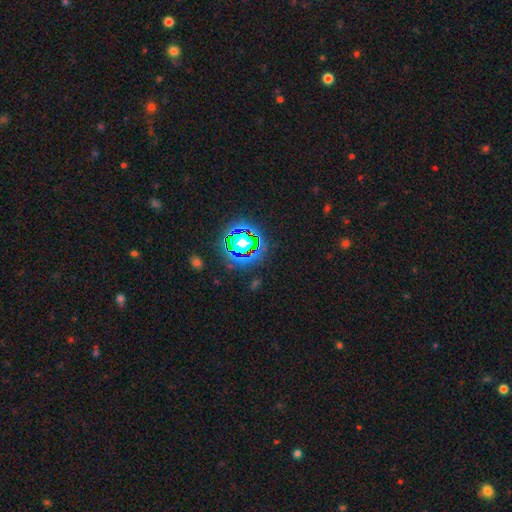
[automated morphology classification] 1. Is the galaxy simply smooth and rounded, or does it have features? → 80% star or artifact, 12% smooth, 8% featured or disk.